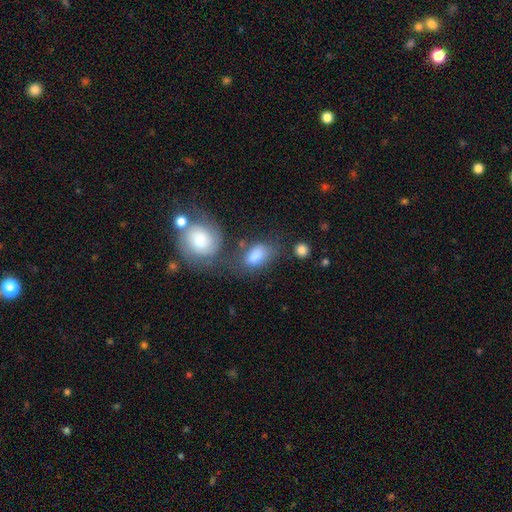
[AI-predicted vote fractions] Smooth or featured?
  - smooth: 76% *
  - featured or disk: 16%
  - star or artifact: 8%
How rounded?
  - in between: 86% *
  - round: 12%
  - cigar-shaped: 2%
Merging?
  - none: 45% *
  - minor disturbance: 23%
  - merger: 19%
  - major disturbance: 13%